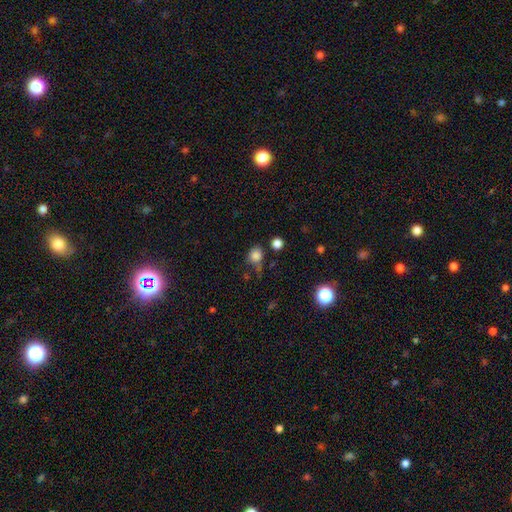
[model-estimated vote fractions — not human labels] Morphology: type=smooth (82%); roundness=round (74%); merging=none (63%).